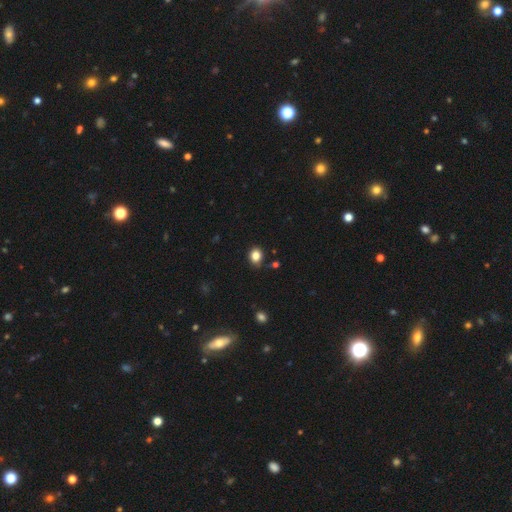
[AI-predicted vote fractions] The model was most divided on "how rounded": round: 51%, in between: 48%, cigar-shaped: 1%. More confident: smooth or featured — smooth (84%); merging — none (81%).